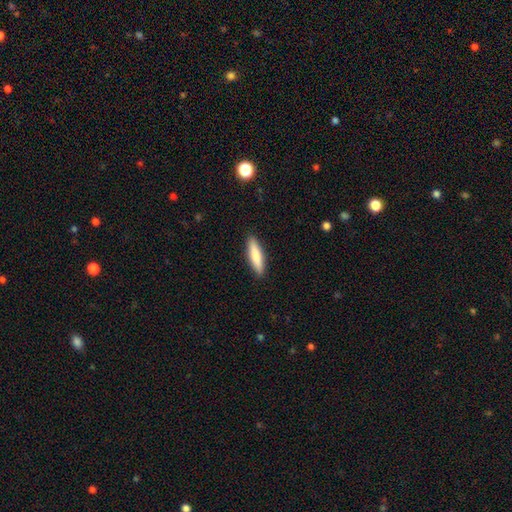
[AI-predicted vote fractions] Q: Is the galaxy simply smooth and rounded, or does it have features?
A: smooth — 74%.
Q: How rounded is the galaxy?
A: cigar-shaped — 75%.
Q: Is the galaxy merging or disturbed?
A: none — 90%.